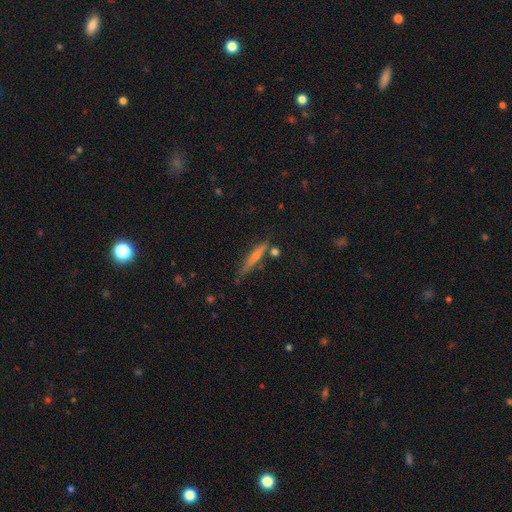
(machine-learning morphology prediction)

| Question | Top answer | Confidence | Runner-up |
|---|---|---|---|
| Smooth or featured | featured or disk | 53% | smooth (38%) |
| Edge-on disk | yes | 94% | no (6%) |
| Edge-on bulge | rounded | 65% | none (30%) |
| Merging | none | 78% | minor disturbance (14%) |